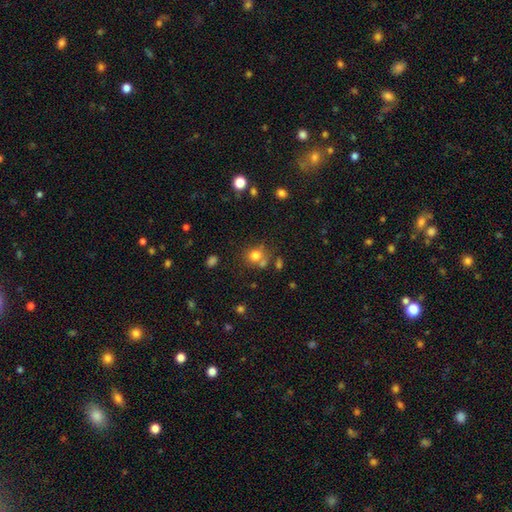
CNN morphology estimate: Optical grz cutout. It shows a smooth galaxy with no disk features (76%) that is round (78%). Merging: none (61%).